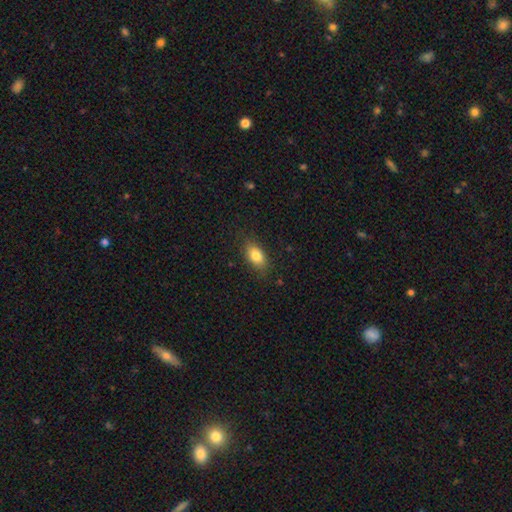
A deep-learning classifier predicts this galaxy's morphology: This appears to be a smooth galaxy with no disk features (81%) that is in between round and cigar-shaped (87%). Merging: none (84%).